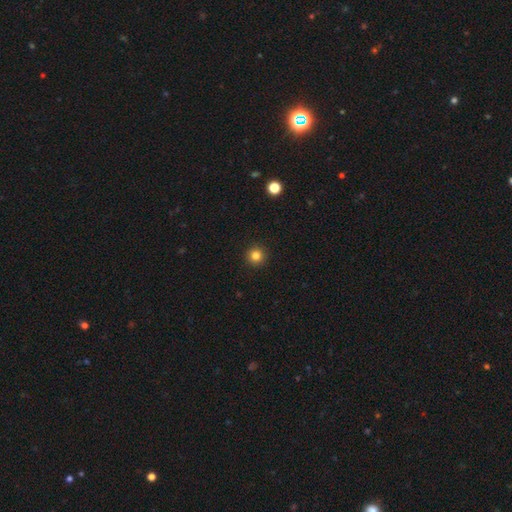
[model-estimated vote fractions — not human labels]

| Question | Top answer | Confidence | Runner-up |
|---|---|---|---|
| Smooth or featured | smooth | 83% | star or artifact (12%) |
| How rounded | round | 96% | in between (3%) |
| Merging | none | 93% | minor disturbance (4%) |